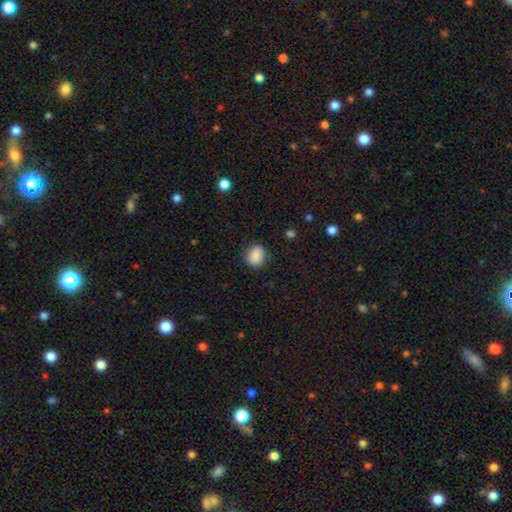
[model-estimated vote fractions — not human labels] Smooth or featured?
  - smooth: 86% *
  - star or artifact: 9%
  - featured or disk: 5%
How rounded?
  - round: 65% *
  - in between: 34%
  - cigar-shaped: 1%
Merging?
  - none: 82% *
  - minor disturbance: 13%
  - major disturbance: 4%
  - merger: 1%